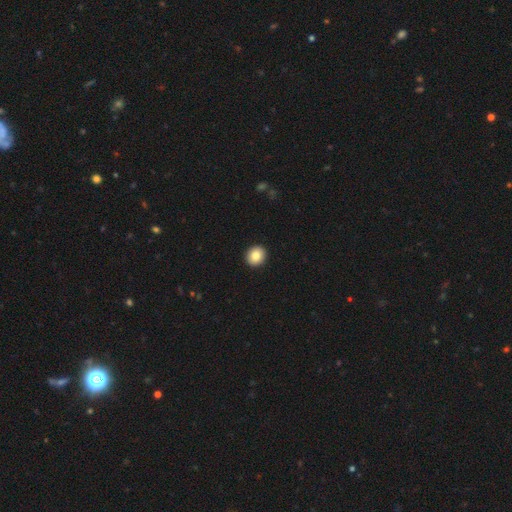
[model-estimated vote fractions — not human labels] Smooth or featured: smooth — 84% (star or artifact — 8%)
How rounded: round — 79% (in between — 20%)
Merging: none — 93% (minor disturbance — 5%)